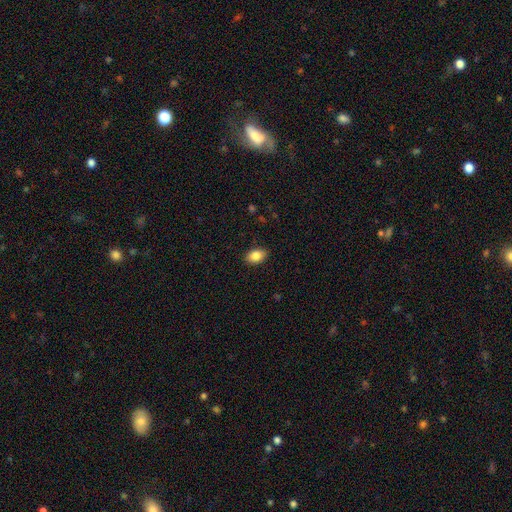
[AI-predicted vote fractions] Smooth or featured: smooth — 86% (star or artifact — 8%)
How rounded: in between — 87% (round — 12%)
Merging: none — 88% (minor disturbance — 9%)